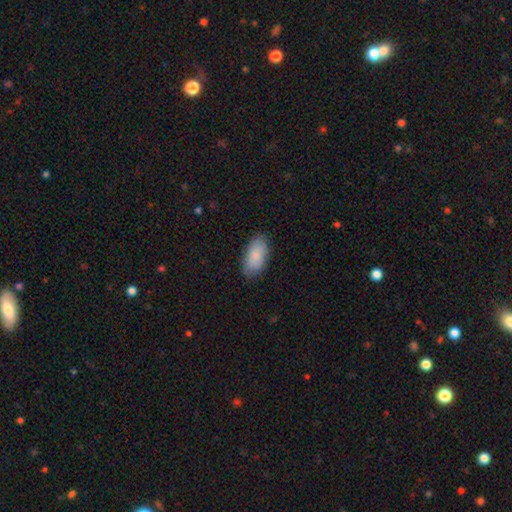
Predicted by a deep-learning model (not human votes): A smooth galaxy with no disk features (87%) that is in between round and cigar-shaped (94%). Merging: none (84%).